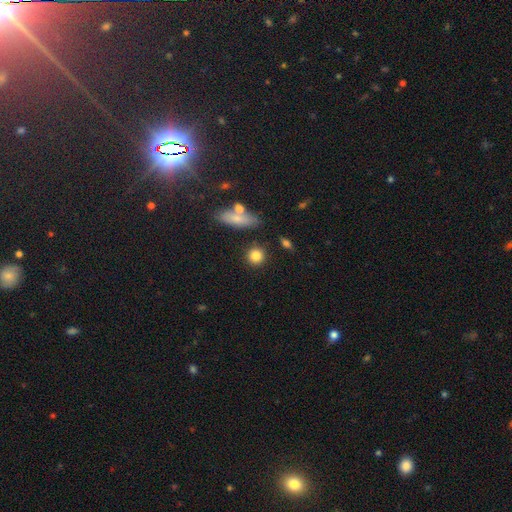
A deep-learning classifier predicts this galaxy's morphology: The model was most divided on "smooth or featured": smooth: 84%, star or artifact: 9%, featured or disk: 7%. More confident: how rounded — round (87%); merging — none (84%).